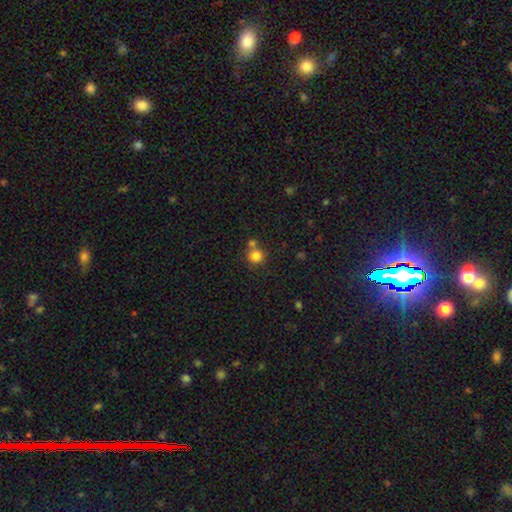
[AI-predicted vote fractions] This appears to be a smooth galaxy with no disk features (82%) that is round (92%). Merging: none (61%).